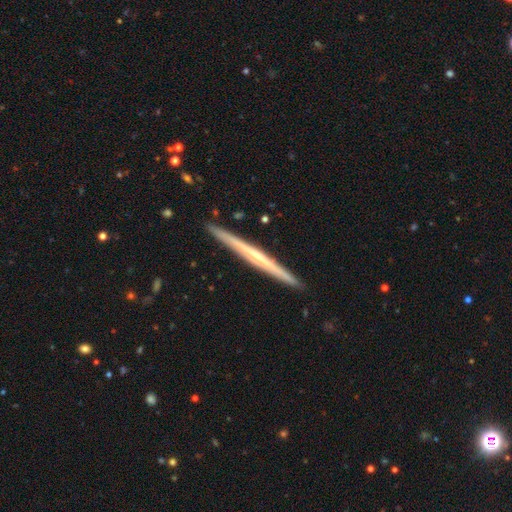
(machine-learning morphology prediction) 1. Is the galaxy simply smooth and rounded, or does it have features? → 68% featured or disk, 27% smooth, 5% star or artifact.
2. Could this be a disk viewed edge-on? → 98% yes, 2% no.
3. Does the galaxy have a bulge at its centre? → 66% none, 29% rounded, 6% boxy.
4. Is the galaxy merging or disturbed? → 92% none, 6% minor disturbance, 1% major disturbance, 1% merger.